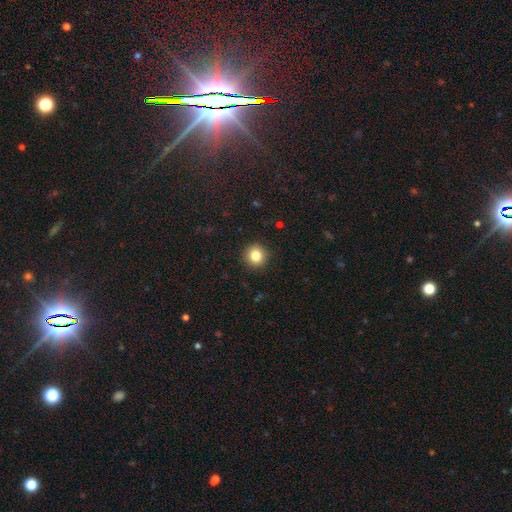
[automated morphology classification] Q: Smooth or featured?
A: smooth (84%); runner-up: star or artifact (10%)
Q: How rounded?
A: round (92%); runner-up: in between (7%)
Q: Merging?
A: none (92%); runner-up: minor disturbance (6%)